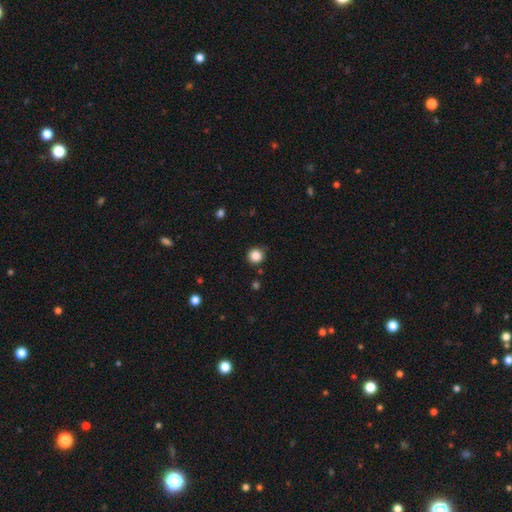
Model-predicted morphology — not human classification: A smooth galaxy with no disk features (86%) that is round (94%).

Vote fractions:
- Smooth or featured? smooth: 86% / star or artifact: 11% / featured or disk: 3%
- How rounded? round: 94% / in between: 5% / cigar-shaped: 1%
- Merging? none: 87% / minor disturbance: 8% / merger: 2% / major disturbance: 2%